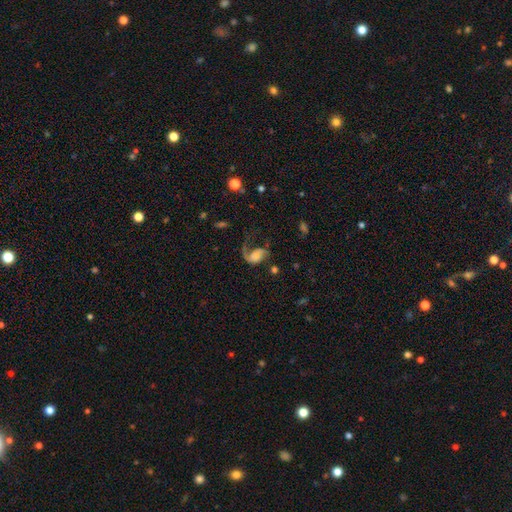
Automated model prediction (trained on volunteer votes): The model was most divided on "spiral arm count": 1: 51%, 2: 43%, can't tell: 3%, 3: 1%, 4: 1%, more than 4: 1%. Remaining: edge-on disk — no (97%); spiral arms — yes (88%); bar — no (66%); smooth or featured — featured or disk (66%); spiral winding — loose (63%); merging — major disturbance (46%); bulge size — none (35%).